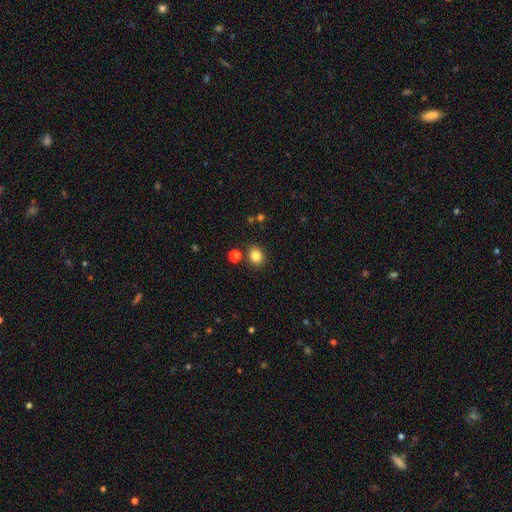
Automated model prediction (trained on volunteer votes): Smooth or featured? Predicted: smooth (p=0.84). How rounded? Predicted: round (p=0.59). Merging? Predicted: none (p=0.84).